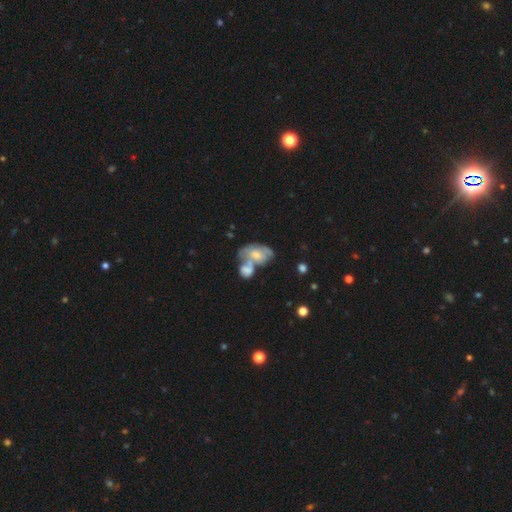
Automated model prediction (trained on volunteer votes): Morphology: type=featured or disk (54%); edge-on=no (95%); bar=no (76%); spiral arms=no (53%); bulge=moderate (46%); merging=merger (61%).